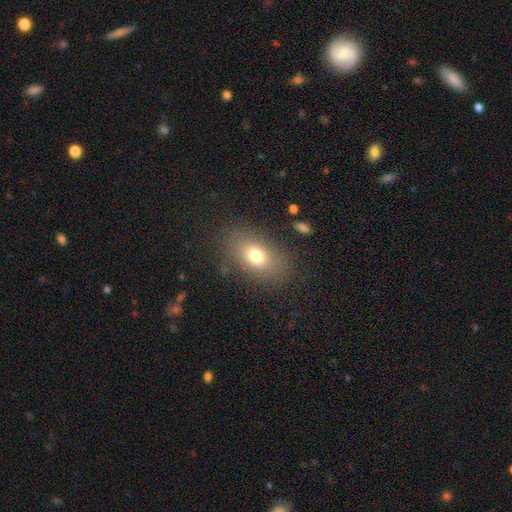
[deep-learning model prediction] Morphology: type=smooth (75%); roundness=in between (81%); merging=none (82%).